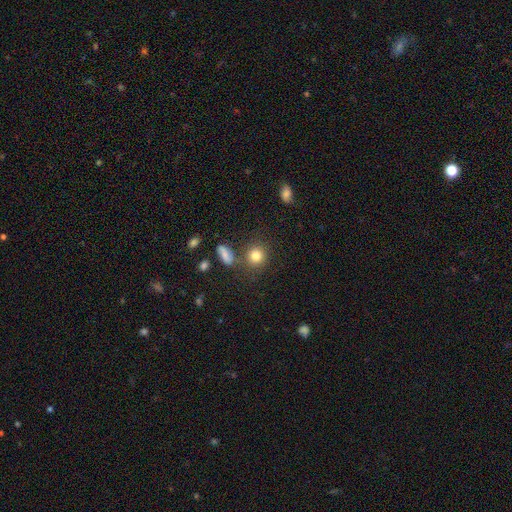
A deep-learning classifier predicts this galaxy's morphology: Overall: smooth (81%). How rounded: round (85%). Merging: none (76%).